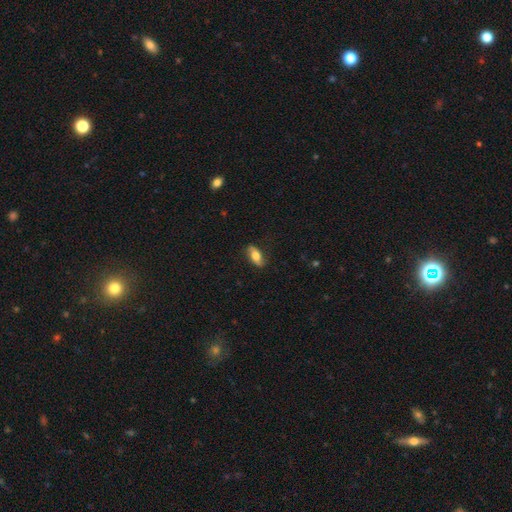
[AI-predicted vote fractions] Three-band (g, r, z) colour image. It shows a smooth galaxy with no disk features (61%) that is in between round and cigar-shaped (84%). Merging: none (78%).